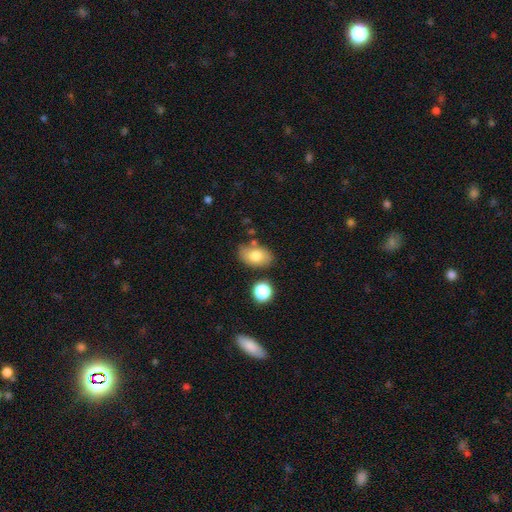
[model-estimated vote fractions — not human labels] Smooth or featured? smooth (76%)
How rounded? in between (87%)
Merging? none (74%)